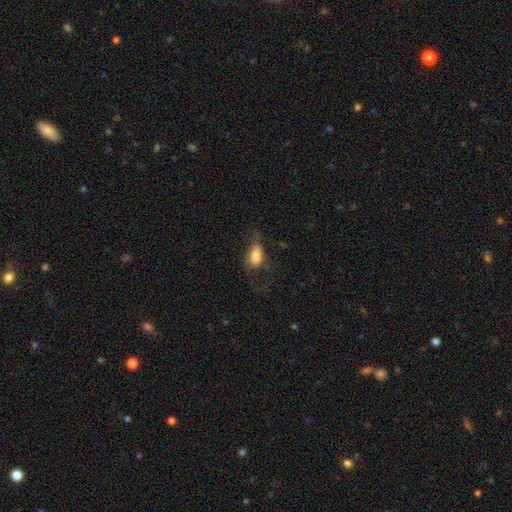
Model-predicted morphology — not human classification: Overall: smooth (74%). How rounded: in between (89%). Merging: none (38%; major disturbance 37%).